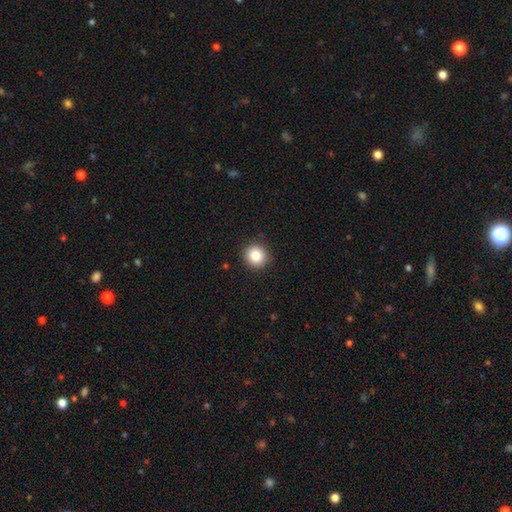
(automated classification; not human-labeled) Smooth or featured? Predicted: smooth (p=0.85). How rounded? Predicted: round (p=0.91). Merging? Predicted: none (p=0.90).